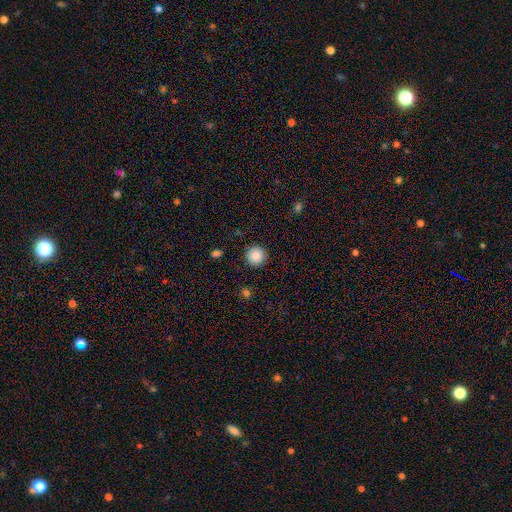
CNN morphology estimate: This is clearly a smooth galaxy (88%). How rounded: clearly round (96%). Merging: clearly none (92%).